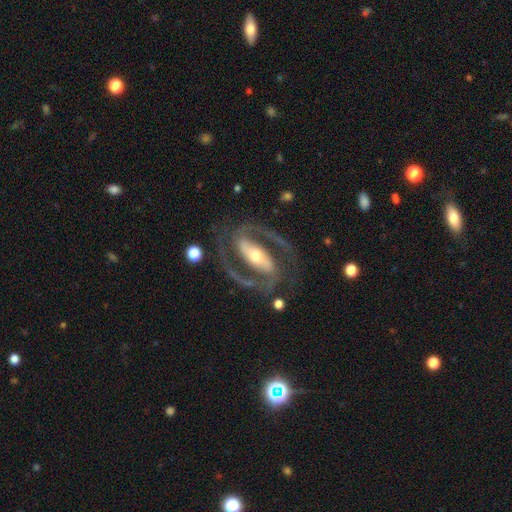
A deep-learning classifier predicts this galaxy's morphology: A featured or disk galaxy (92%) with a strong bar (72%), 2 (93%) medium (56%) spiral arms (96%) and a moderate central bulge (60%). Merging: none (80%).